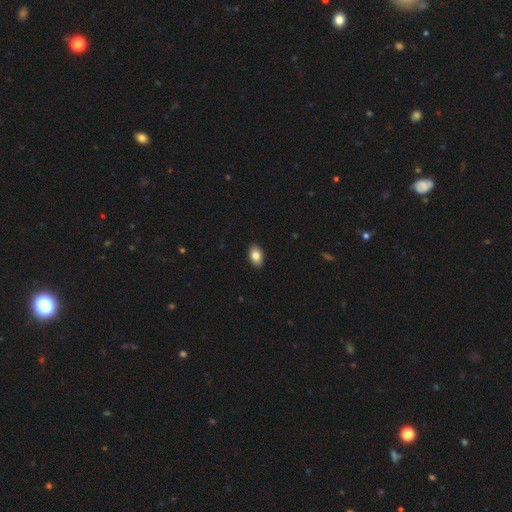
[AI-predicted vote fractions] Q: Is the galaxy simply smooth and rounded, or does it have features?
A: smooth — 85%.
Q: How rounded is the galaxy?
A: in between — 89%.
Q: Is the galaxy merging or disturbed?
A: none — 90%.